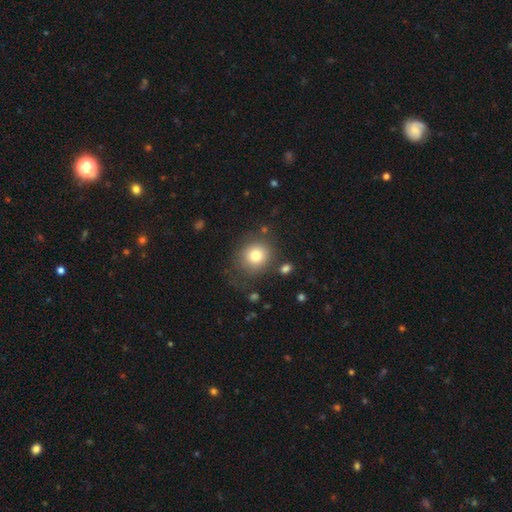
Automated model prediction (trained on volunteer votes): The model was most divided on "merging": none: 73%, minor disturbance: 15%, major disturbance: 8%, merger: 4%. More confident: how rounded — round (81%); smooth or featured — smooth (79%).